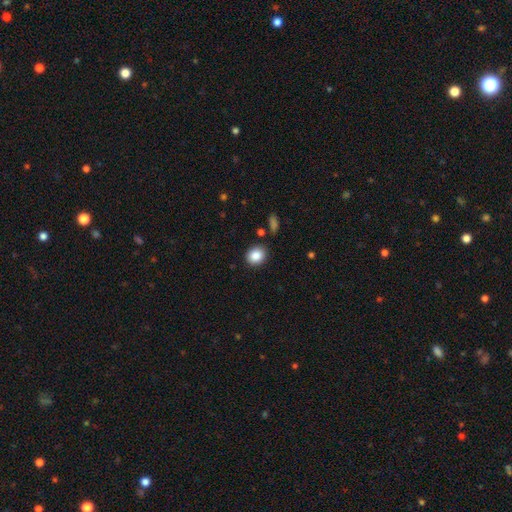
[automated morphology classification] smooth_or_featured: smooth (p=0.86) [alt: star or artifact p=0.09]
how_rounded: round (p=0.63) [alt: in between p=0.36]
merging: none (p=0.85) [alt: minor disturbance p=0.09]